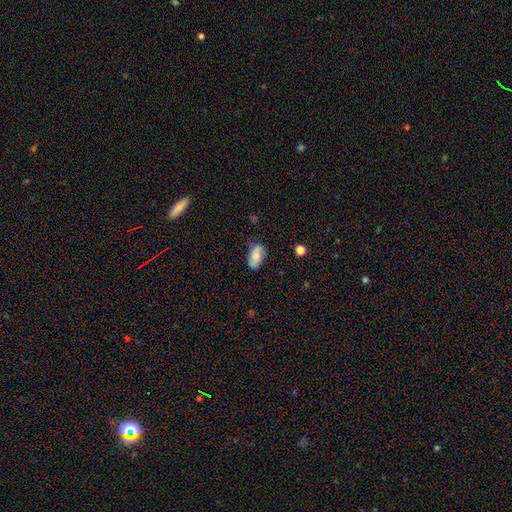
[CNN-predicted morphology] A smooth galaxy with no disk features (69%) that is in between round and cigar-shaped (92%).

Vote fractions:
- Smooth or featured? smooth: 69% / featured or disk: 22% / star or artifact: 8%
- How rounded? in between: 92% / round: 6% / cigar-shaped: 3%
- Merging? none: 68% / minor disturbance: 24% / major disturbance: 6% / merger: 2%